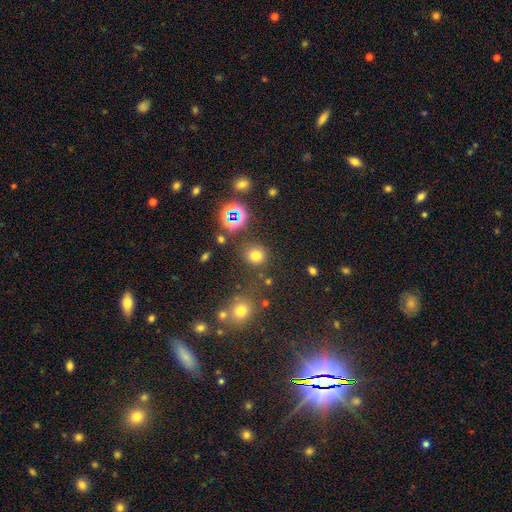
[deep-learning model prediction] This appears to be a smooth galaxy with no disk features (69%) that is round (87%). Merging: none (81%).